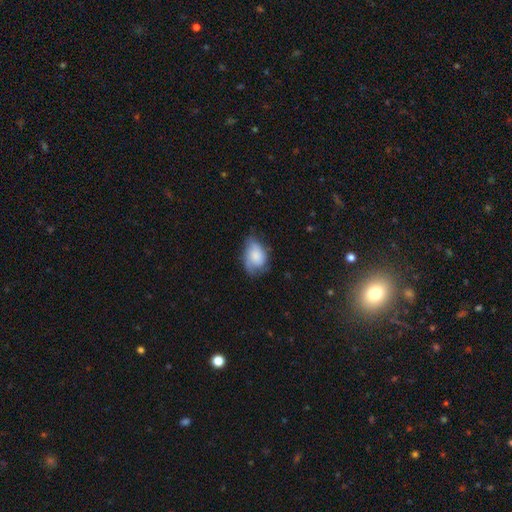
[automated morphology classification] This is likely a smooth galaxy (63%). How rounded: clearly in between (83%). Merging: possibly none (47%).